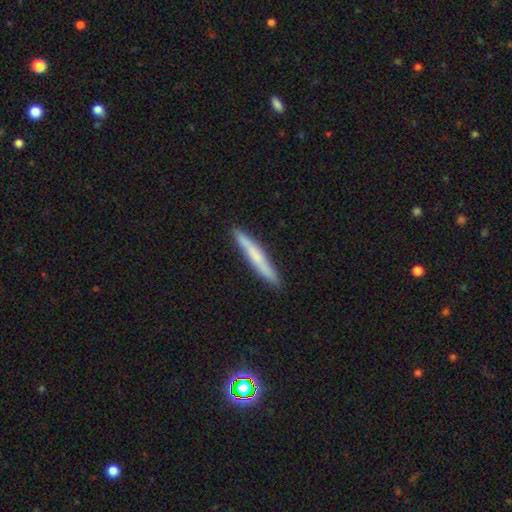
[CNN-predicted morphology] Smooth or featured? smooth (60%)
How rounded? cigar-shaped (96%)
Merging? none (89%)